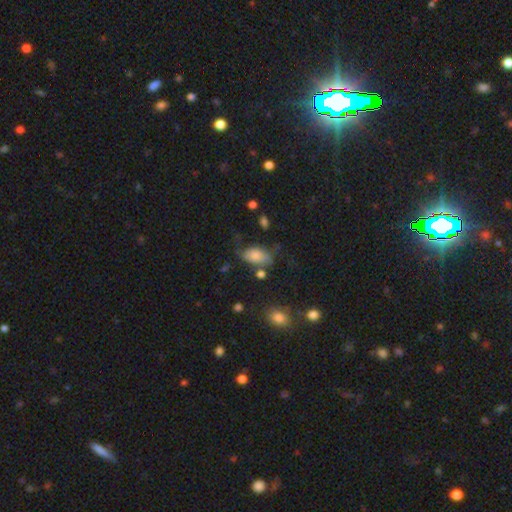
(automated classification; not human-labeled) A smooth galaxy with no disk features (73%) that is in between round and cigar-shaped (92%). Merging: none (42%).